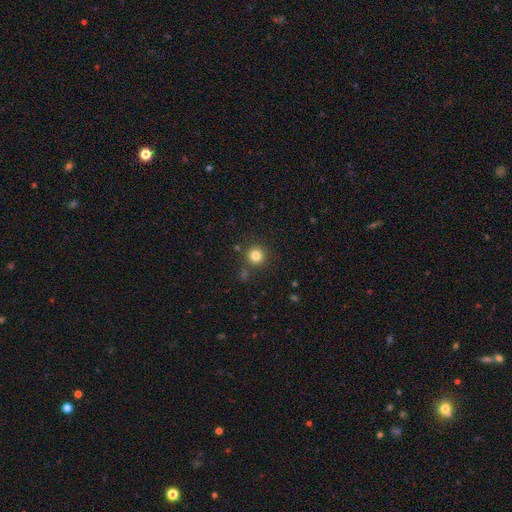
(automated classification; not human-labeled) Smooth or featured? Predicted: smooth (p=0.81). How rounded? Predicted: round (p=0.94). Merging? Predicted: none (p=0.84).